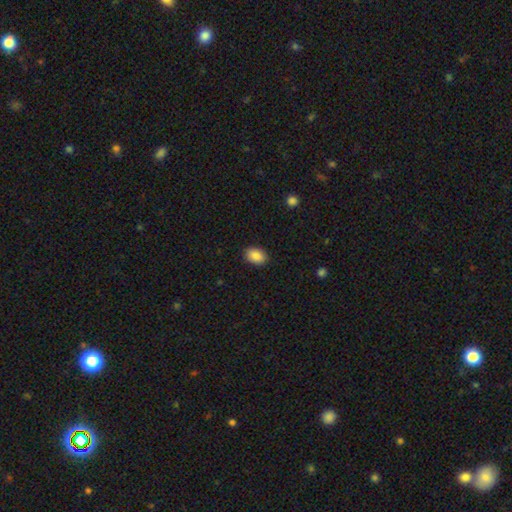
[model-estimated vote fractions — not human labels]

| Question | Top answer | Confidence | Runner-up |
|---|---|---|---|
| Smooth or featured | smooth | 88% | star or artifact (8%) |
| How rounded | in between | 83% | round (16%) |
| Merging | none | 89% | minor disturbance (8%) |